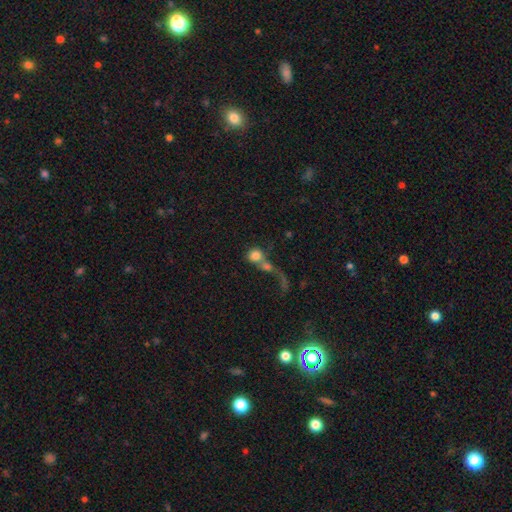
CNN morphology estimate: This is likely a smooth galaxy (74%). How rounded: clearly round (80%). Merging: possibly merger (59%).